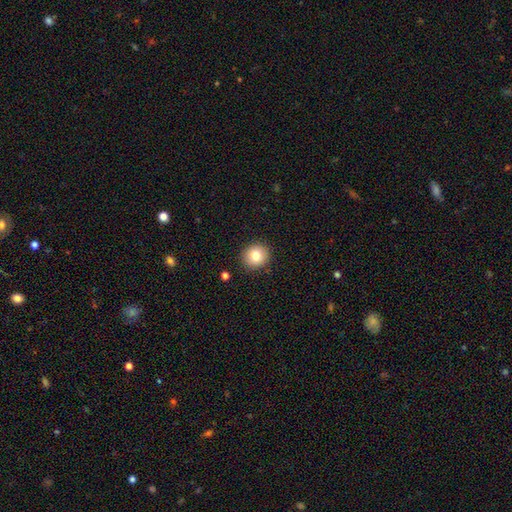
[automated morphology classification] type=smooth (79%); roundness=round (91%); merging=none (91%).